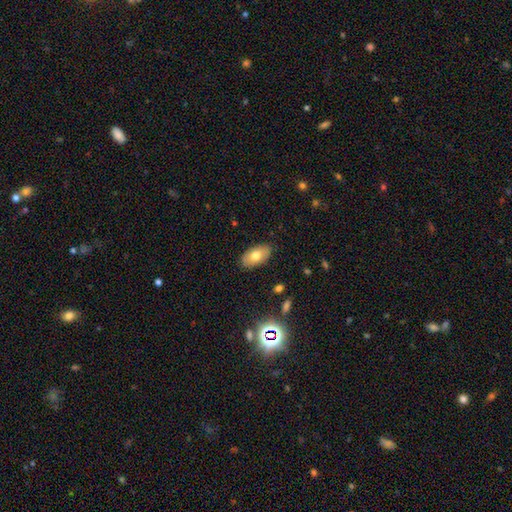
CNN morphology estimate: smooth-or-featured: smooth: 72% | featured or disk: 20% | star or artifact: 8%
  how-rounded: in between: 93% | round: 4% | cigar-shaped: 3%
  merging: none: 86% | minor disturbance: 10% | major disturbance: 2% | merger: 1%